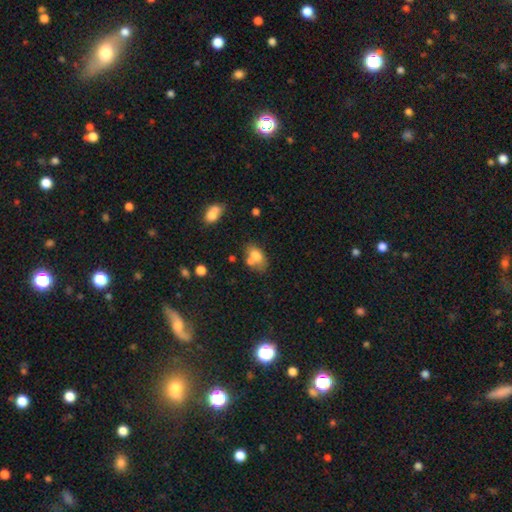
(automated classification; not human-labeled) Morphology: type=smooth (74%); roundness=in between (84%); merging=none (42%).